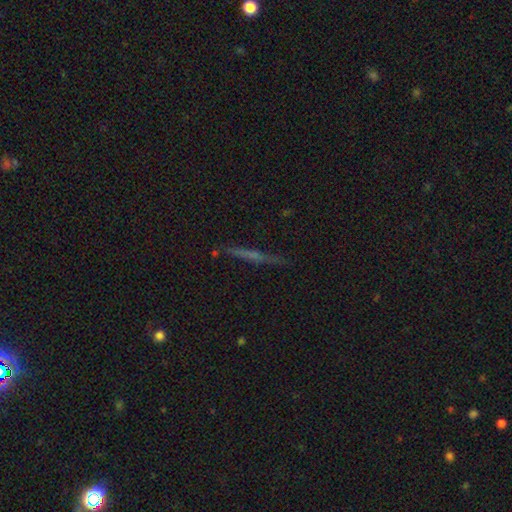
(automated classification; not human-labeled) Smooth or featured?
  - featured or disk: 58% *
  - smooth: 30%
  - star or artifact: 12%
Edge-on disk?
  - yes: 96% *
  - no: 4%
Edge-on bulge?
  - none: 54% *
  - rounded: 36%
  - boxy: 10%
Merging?
  - none: 88% *
  - minor disturbance: 9%
  - major disturbance: 2%
  - merger: 2%